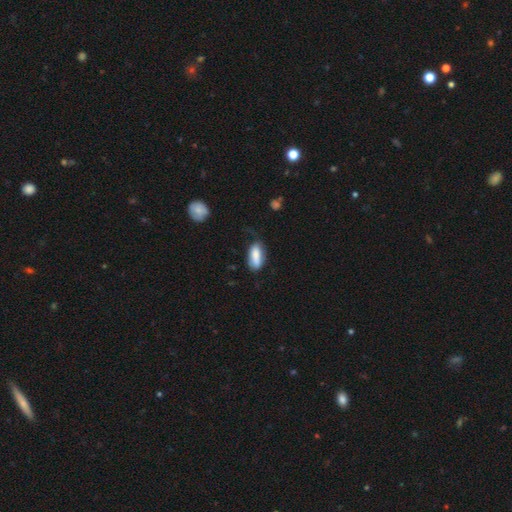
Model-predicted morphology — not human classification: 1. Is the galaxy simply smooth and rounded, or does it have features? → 82% smooth, 12% featured or disk, 7% star or artifact.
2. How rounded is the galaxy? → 80% in between, 18% cigar-shaped, 2% round.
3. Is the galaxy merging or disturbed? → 58% none, 30% minor disturbance, 9% major disturbance, 3% merger.